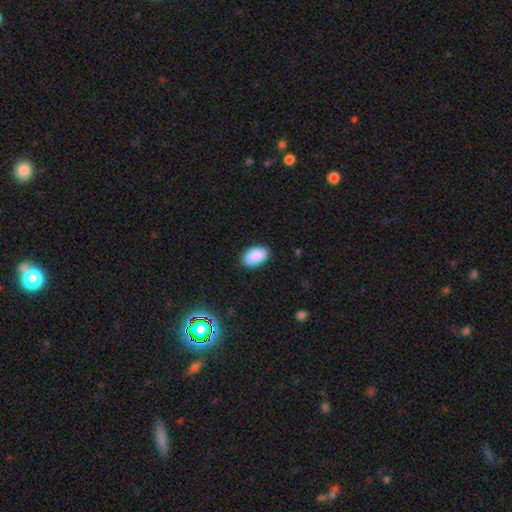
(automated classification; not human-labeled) Smooth or featured? smooth (89%)
How rounded? in between (93%)
Merging? none (83%)